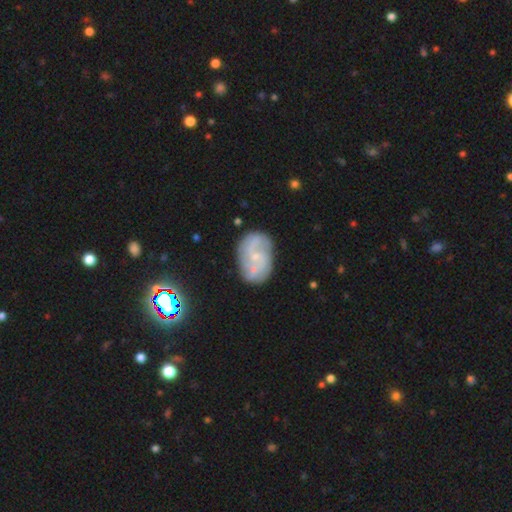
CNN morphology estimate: Overall: featured or disk (73%). Edge-on disk: no (97%). Bar: no (59%; weak 35%). Spiral arms: yes (85%). Spiral arm count: 2 (49%; can't tell 25%). Spiral winding: medium (43%; loose 29%). Bulge size: small (73%). Merging: none (67%).